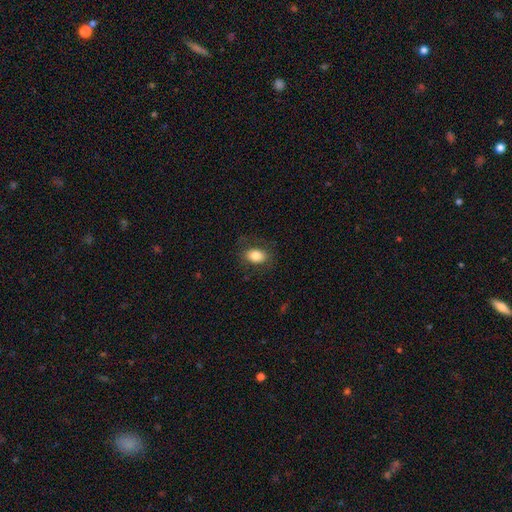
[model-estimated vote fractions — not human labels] Smooth or featured?
  - smooth: 80% *
  - featured or disk: 11%
  - star or artifact: 8%
How rounded?
  - in between: 80% *
  - round: 19%
  - cigar-shaped: 1%
Merging?
  - none: 80% *
  - minor disturbance: 13%
  - major disturbance: 6%
  - merger: 1%